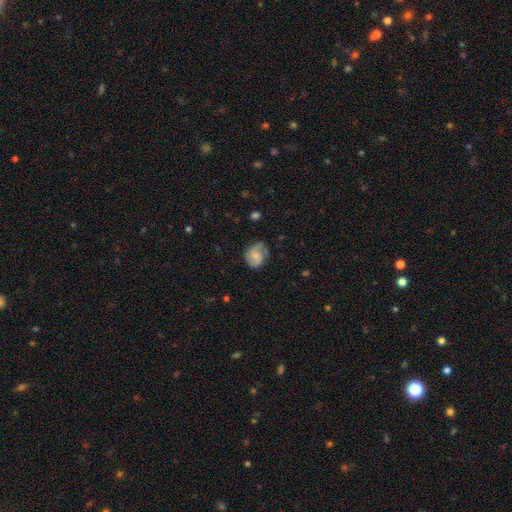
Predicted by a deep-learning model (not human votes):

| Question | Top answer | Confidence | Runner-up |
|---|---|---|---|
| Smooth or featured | featured or disk | 51% | smooth (41%) |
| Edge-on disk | no | 97% | yes (3%) |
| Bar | no | 58% | weak (36%) |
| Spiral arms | yes | 89% | no (11%) |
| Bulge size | small | 37% | moderate (32%) |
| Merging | none | 68% | minor disturbance (23%) |